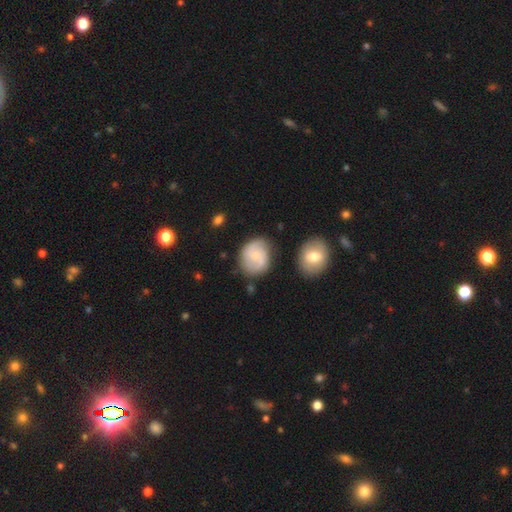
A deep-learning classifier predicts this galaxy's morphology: Smooth or featured: featured or disk — 66% (smooth — 28%)
Edge-on disk: no — 97% (yes — 3%)
Bar: no — 65% (weak — 31%)
Spiral arms: yes — 89% (no — 11%)
Spiral winding: medium — 46% (tight — 34%)
Spiral arm count: 2 — 73% (can't tell — 13%)
Bulge size: small — 63% (moderate — 31%)
Merging: none — 68% (minor disturbance — 19%)